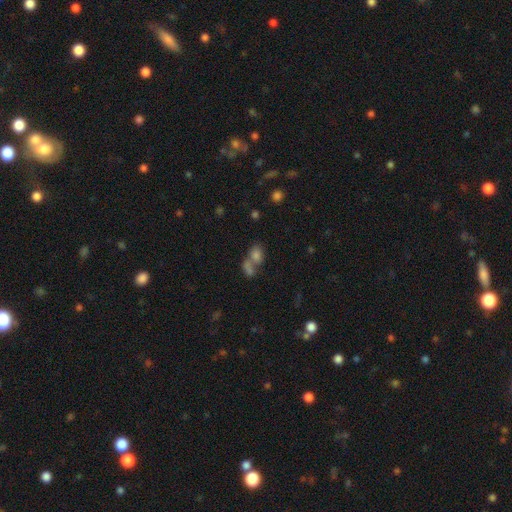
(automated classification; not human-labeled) Overall: smooth (70%). How rounded: in between (69%). Merging: merger (55%; none 31%).